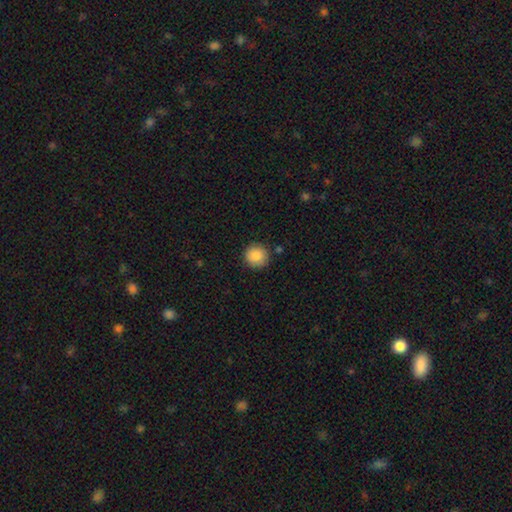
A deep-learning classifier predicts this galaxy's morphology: Smooth or featured? Predicted: smooth (p=0.87). How rounded? Predicted: round (p=0.93). Merging? Predicted: none (p=0.88).